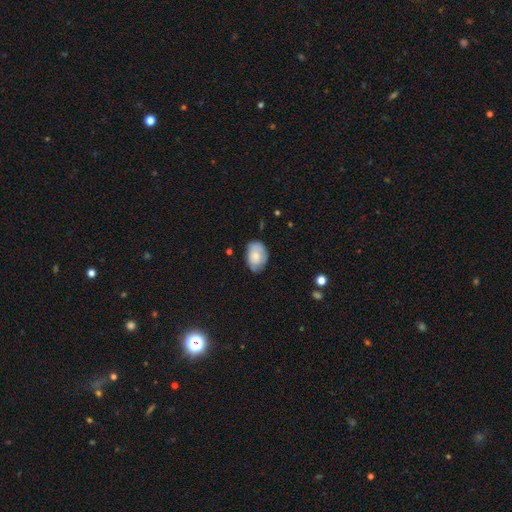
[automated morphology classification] A smooth galaxy with no disk features (68%) that is in between round and cigar-shaped (83%).

Vote fractions:
- Smooth or featured? smooth: 68% / featured or disk: 25% / star or artifact: 7%
- How rounded? in between: 83% / round: 16% / cigar-shaped: 1%
- Merging? none: 65% / minor disturbance: 28% / major disturbance: 5% / merger: 2%